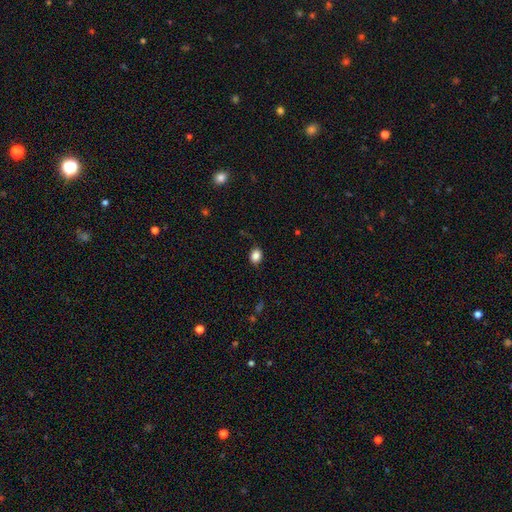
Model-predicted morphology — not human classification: Smooth or featured?
  - smooth: 85% *
  - star or artifact: 10%
  - featured or disk: 5%
How rounded?
  - in between: 52% *
  - round: 47%
  - cigar-shaped: 1%
Merging?
  - none: 78% *
  - minor disturbance: 17%
  - major disturbance: 4%
  - merger: 1%